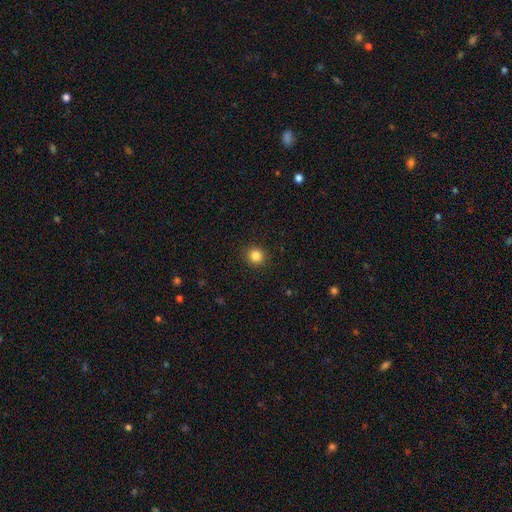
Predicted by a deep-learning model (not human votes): A smooth galaxy with no disk features (84%) that is round (92%). Merging: none (92%).